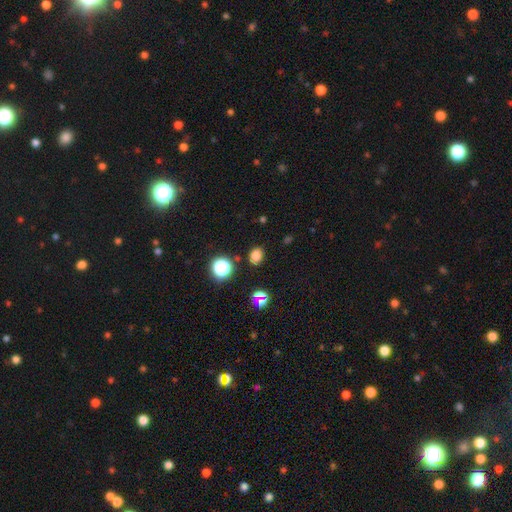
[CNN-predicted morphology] Smooth or featured?
  - smooth: 77% *
  - star or artifact: 18%
  - featured or disk: 5%
How rounded?
  - in between: 54% *
  - round: 45%
  - cigar-shaped: 1%
Merging?
  - none: 86% *
  - minor disturbance: 9%
  - major disturbance: 3%
  - merger: 2%